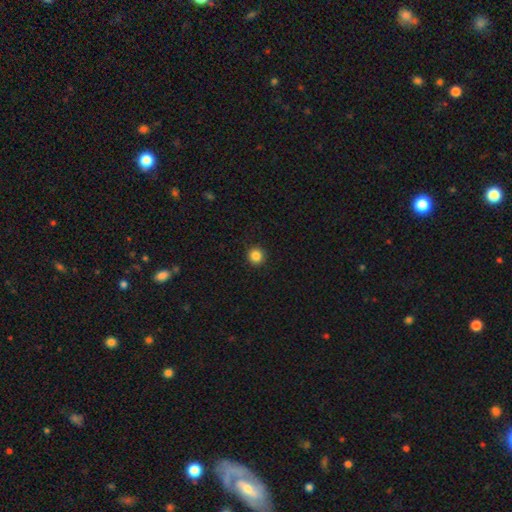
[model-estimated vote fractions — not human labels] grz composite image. It shows a smooth galaxy with no disk features (86%) that is round (94%). Merging: none (93%).